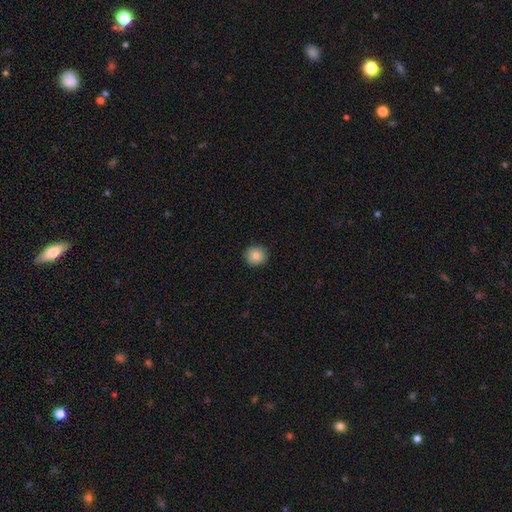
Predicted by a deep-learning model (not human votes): A smooth galaxy with no disk features (84%) that is round (93%). Merging: none (91%).